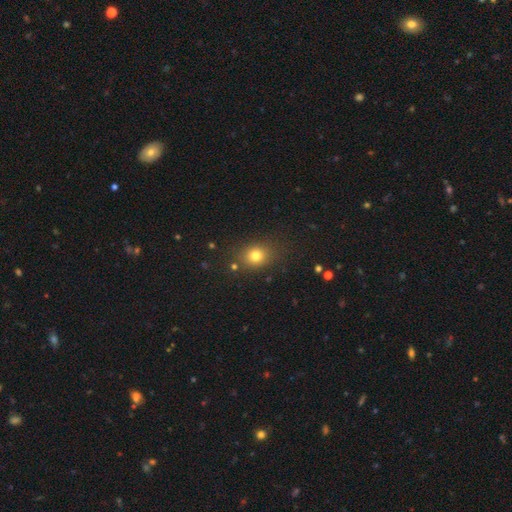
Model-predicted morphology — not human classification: A smooth galaxy with no disk features (78%) that is round (62%).

Vote fractions:
- Smooth or featured? smooth: 78% / star or artifact: 14% / featured or disk: 8%
- How rounded? round: 62% / in between: 37% / cigar-shaped: 1%
- Merging? none: 81% / minor disturbance: 12% / major disturbance: 4% / merger: 3%